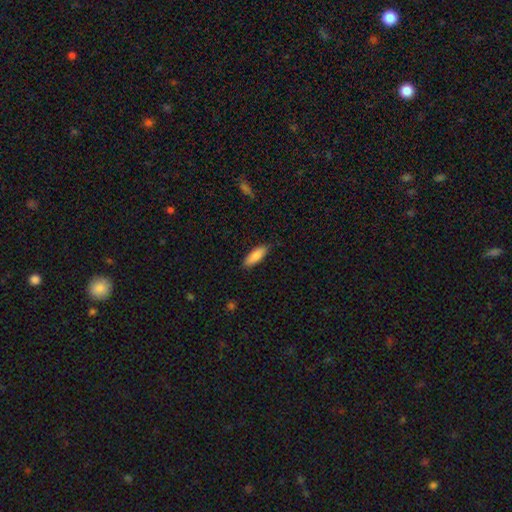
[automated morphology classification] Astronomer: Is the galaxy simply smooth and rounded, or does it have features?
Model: smooth — 86%.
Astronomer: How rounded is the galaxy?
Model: in between — 60% (runner-up: cigar-shaped, 38%).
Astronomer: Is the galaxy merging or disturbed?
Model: none — 84%.